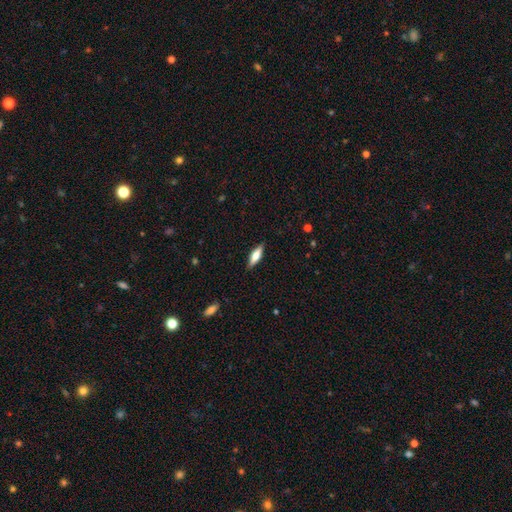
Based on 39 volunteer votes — smooth_or_featured: featured or disk (p=0.51) [alt: smooth p=0.44]
disk_edge_on: yes (p=0.95) [alt: no p=0.05]
edge_on_bulge: rounded (p=0.84) [alt: none p=0.11]
merging: none (p=0.78) [alt: minor disturbance p=0.16]